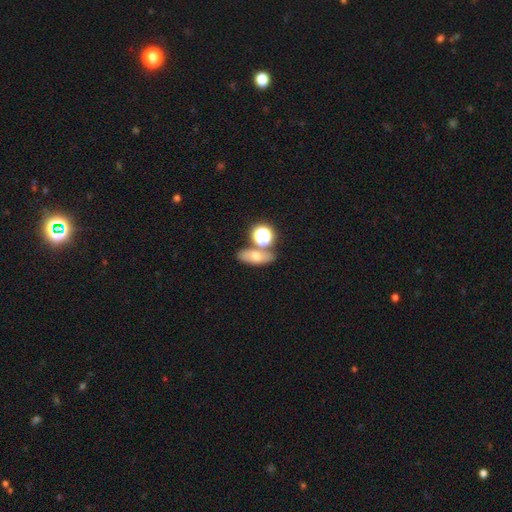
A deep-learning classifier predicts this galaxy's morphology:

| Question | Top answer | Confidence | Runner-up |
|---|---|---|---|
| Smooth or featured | smooth | 57% | featured or disk (23%) |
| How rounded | in between | 63% | round (22%) |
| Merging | none | 64% | merger (19%) |